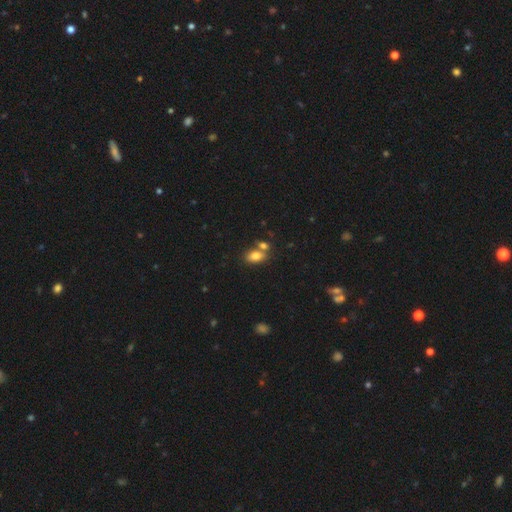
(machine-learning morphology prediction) This is clearly a smooth galaxy (81%). How rounded: clearly in between (87%). Merging: possibly none (53%).